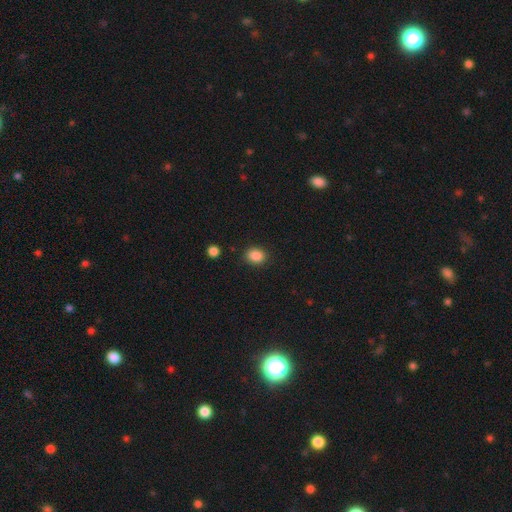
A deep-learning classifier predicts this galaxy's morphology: Smooth or featured?
  - smooth: 87% *
  - star or artifact: 10%
  - featured or disk: 3%
How rounded?
  - round: 50% *
  - in between: 49%
  - cigar-shaped: 1%
Merging?
  - none: 86% *
  - minor disturbance: 9%
  - major disturbance: 3%
  - merger: 2%